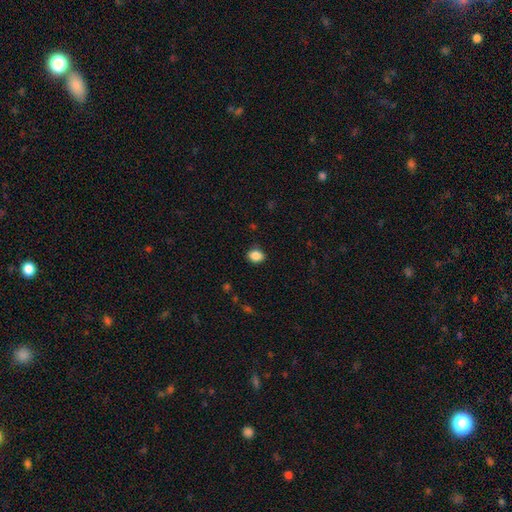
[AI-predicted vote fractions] This is clearly a smooth galaxy (87%). How rounded: possibly in between (50%). Merging: clearly none (85%).